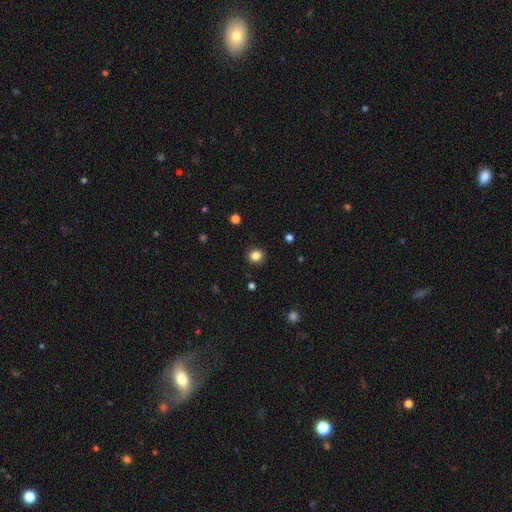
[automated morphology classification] type=smooth (84%); roundness=round (86%); merging=none (92%).